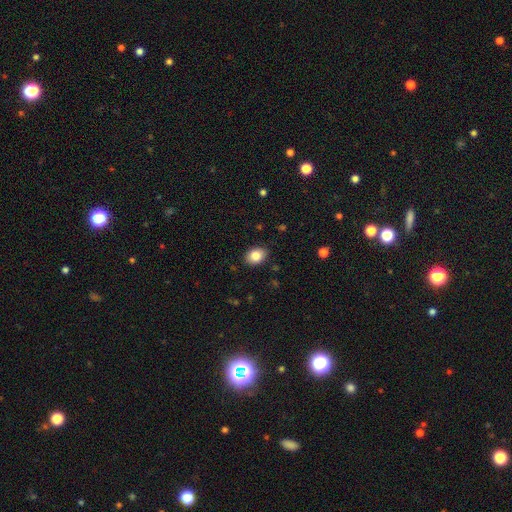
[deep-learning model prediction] Morphology: type=smooth (83%); roundness=in between (69%); merging=none (88%).